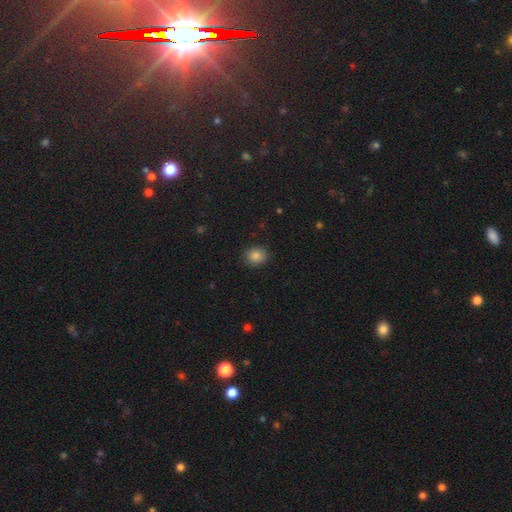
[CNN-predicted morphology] Q: Smooth or featured?
A: smooth (86%); runner-up: star or artifact (10%)
Q: How rounded?
A: round (63%); runner-up: in between (36%)
Q: Merging?
A: none (87%); runner-up: minor disturbance (9%)